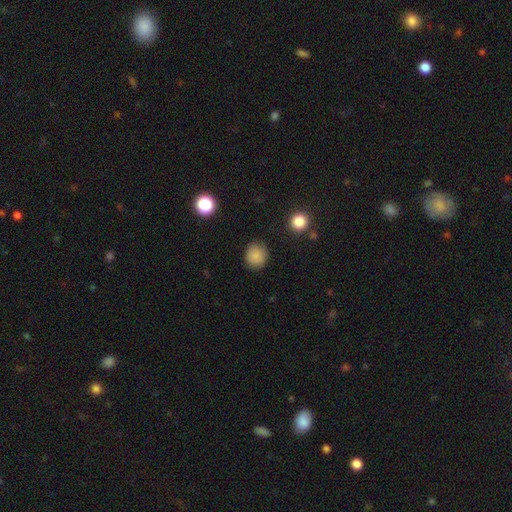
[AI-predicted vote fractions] This appears to be a smooth galaxy with no disk features (86%) that is round (85%). Merging: none (86%).